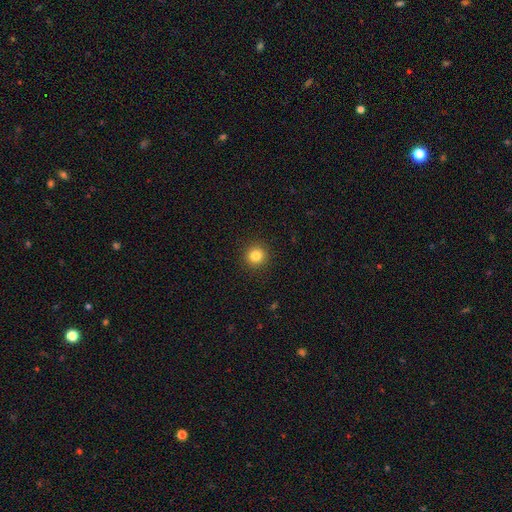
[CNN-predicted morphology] This is clearly a smooth galaxy (83%). How rounded: clearly round (94%). Merging: clearly none (92%).